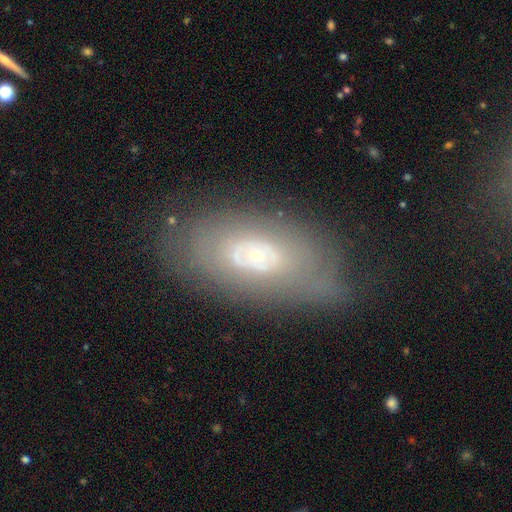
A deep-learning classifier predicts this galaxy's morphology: This appears to be a featured or disk galaxy (59%) with no bar (87%), no spiral arms (69%) and a small central bulge (67%). Merging: none (66%).